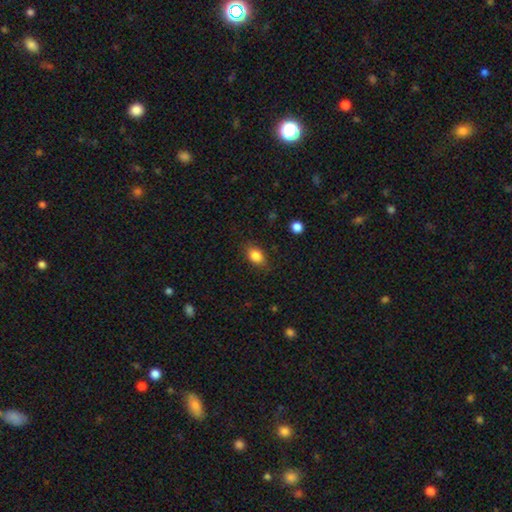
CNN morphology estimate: smooth_or_featured: smooth (p=0.84) [alt: star or artifact p=0.09]
how_rounded: in between (p=0.77) [alt: round p=0.21]
merging: none (p=0.81) [alt: minor disturbance p=0.14]